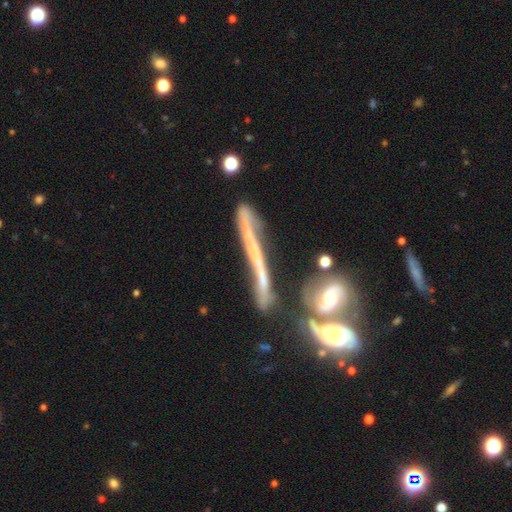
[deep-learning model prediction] Smooth or featured? featured or disk (61%)
Edge-on disk? yes (77%)
Merging? none (50%)